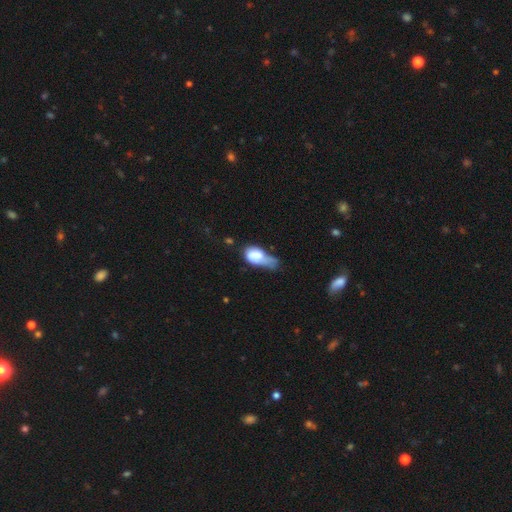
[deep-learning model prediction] smooth 64%, featured or disk 27%, star or artifact 9%. Down the decision tree: how rounded — in between (85%); merging — major disturbance (39%).